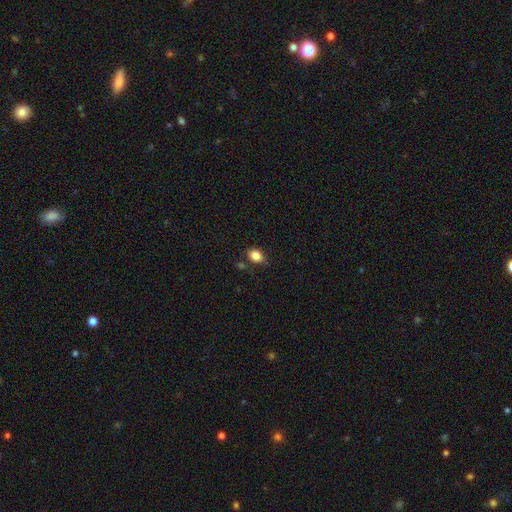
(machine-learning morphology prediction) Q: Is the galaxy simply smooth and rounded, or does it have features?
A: smooth — 85%.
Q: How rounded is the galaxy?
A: in between — 70%.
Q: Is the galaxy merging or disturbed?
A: none — 76%.